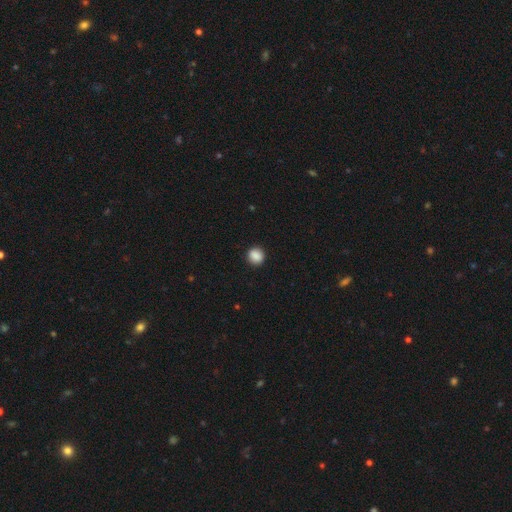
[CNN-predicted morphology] Smooth or featured?
  - smooth: 88% *
  - star or artifact: 9%
  - featured or disk: 3%
How rounded?
  - round: 89% *
  - in between: 10%
  - cigar-shaped: 1%
Merging?
  - none: 91% *
  - minor disturbance: 6%
  - major disturbance: 2%
  - merger: 1%